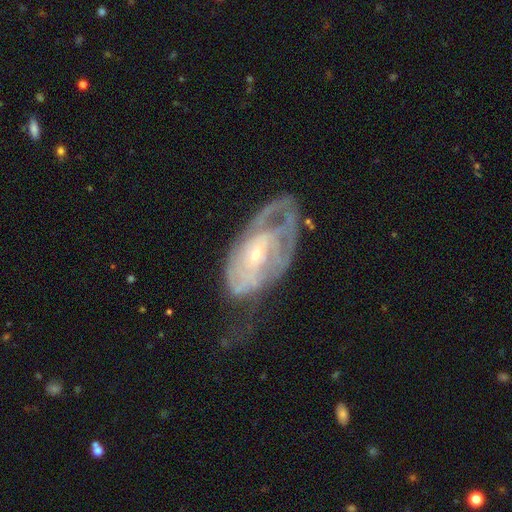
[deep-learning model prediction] Q: Smooth or featured?
A: featured or disk (81%); runner-up: smooth (13%)
Q: Edge-on disk?
A: no (94%); runner-up: yes (6%)
Q: Bar?
A: no (65%); runner-up: weak (27%)
Q: Spiral arms?
A: yes (82%); runner-up: no (18%)
Q: Spiral winding?
A: tight (60%); runner-up: medium (29%)
Q: Spiral arm count?
A: can't tell (48%); runner-up: 2 (25%)
Q: Bulge size?
A: small (74%); runner-up: moderate (22%)
Q: Merging?
A: none (38%); runner-up: major disturbance (33%)